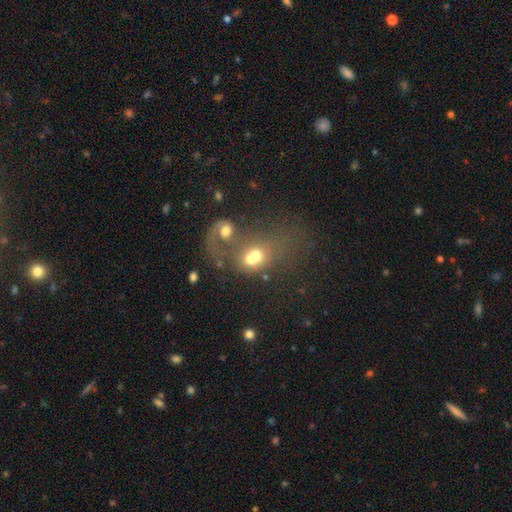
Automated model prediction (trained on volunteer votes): A smooth galaxy with no disk features (48%).

Vote fractions:
- Smooth or featured? smooth: 48% / featured or disk: 39% / star or artifact: 14%
- Merging? merger: 69% / major disturbance: 13% / none: 13% / minor disturbance: 6%